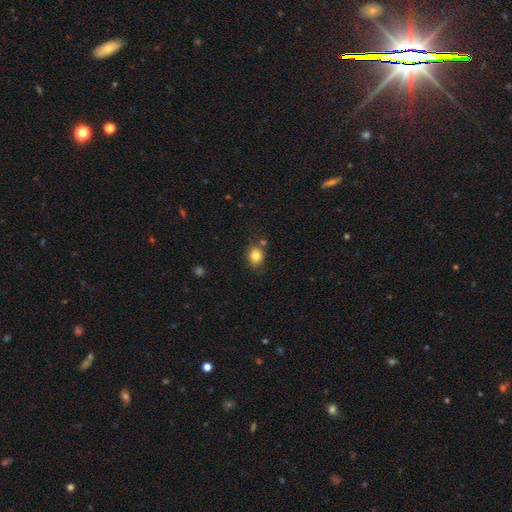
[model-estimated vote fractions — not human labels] Smooth or featured? Predicted: smooth (p=0.82). How rounded? Predicted: round (p=0.52). Merging? Predicted: none (p=0.73).